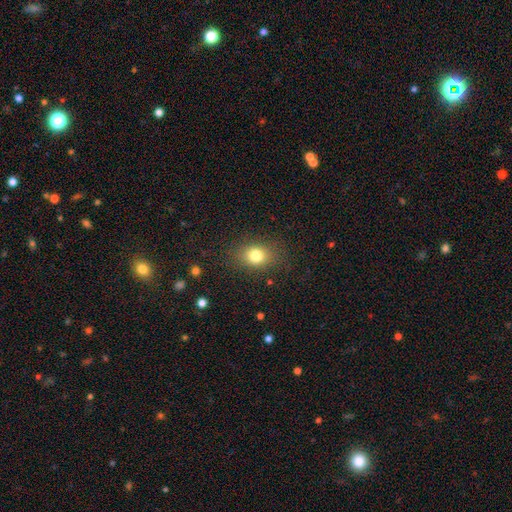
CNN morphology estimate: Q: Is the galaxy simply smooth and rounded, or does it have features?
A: smooth — 79%.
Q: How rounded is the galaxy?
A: in between — 54%.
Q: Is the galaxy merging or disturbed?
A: none — 83%.